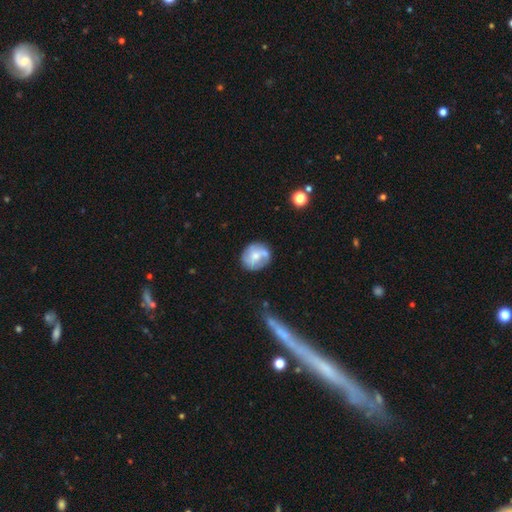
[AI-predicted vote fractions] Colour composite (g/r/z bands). It shows a featured or disk galaxy (51%). Merging: none (64%).